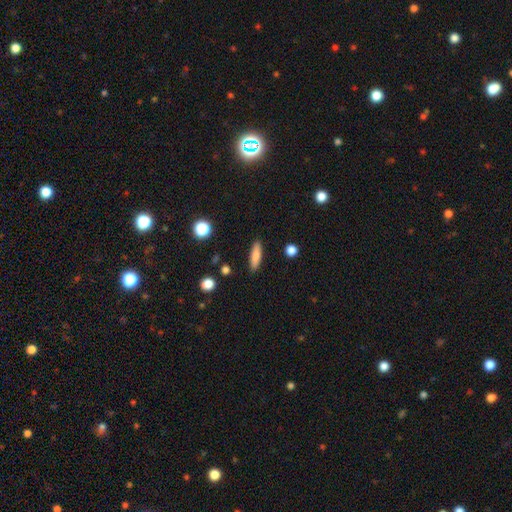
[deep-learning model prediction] Smooth or featured: smooth — 81% (featured or disk — 12%)
How rounded: cigar-shaped — 66% (in between — 32%)
Merging: none — 89% (minor disturbance — 8%)